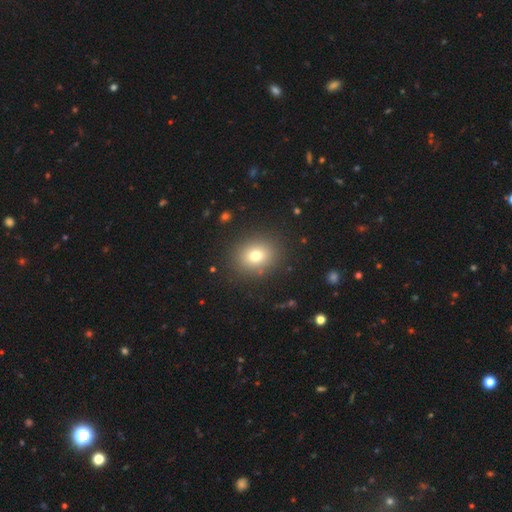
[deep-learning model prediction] Smooth or featured: smooth — 74% (star or artifact — 15%)
How rounded: round — 67% (in between — 32%)
Merging: none — 88% (minor disturbance — 8%)